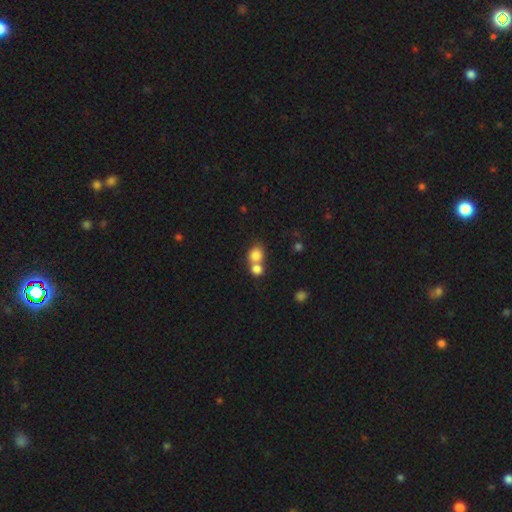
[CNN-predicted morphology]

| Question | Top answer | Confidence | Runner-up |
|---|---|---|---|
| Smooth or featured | smooth | 81% | star or artifact (10%) |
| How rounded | round | 75% | in between (24%) |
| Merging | merger | 54% | none (36%) |